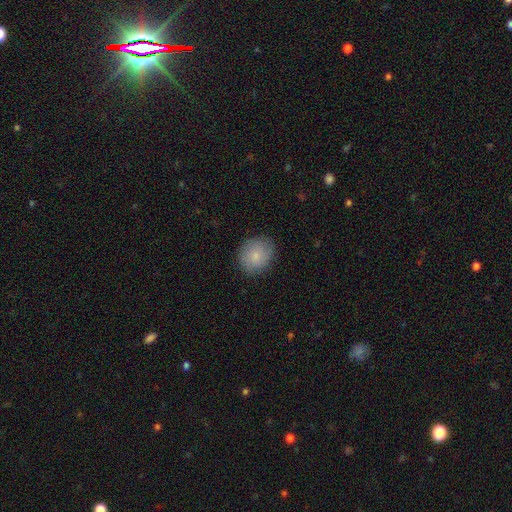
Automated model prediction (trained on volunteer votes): Overall: smooth (77%). How rounded: round (72%). Merging: none (84%).